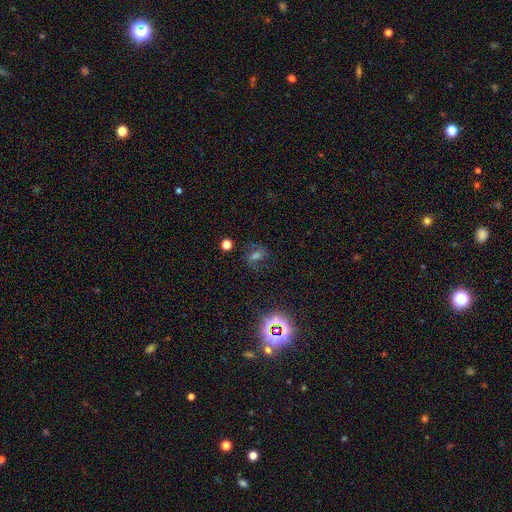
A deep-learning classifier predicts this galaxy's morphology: Overall: featured or disk (40%; star or artifact 35%). Merging: none (74%).